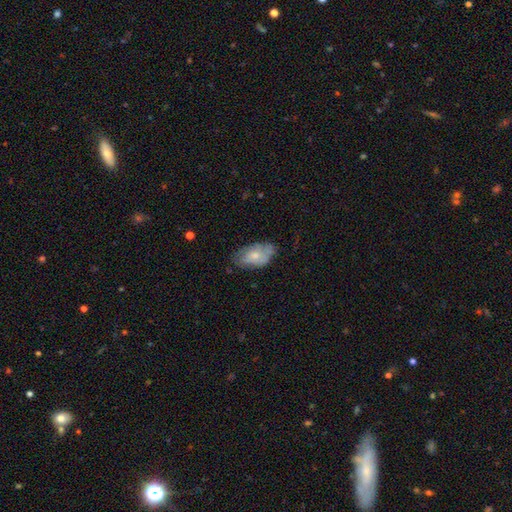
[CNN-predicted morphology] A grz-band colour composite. It shows a smooth galaxy with no disk features (60%) that is in between round and cigar-shaped (93%). Merging: none (56%).